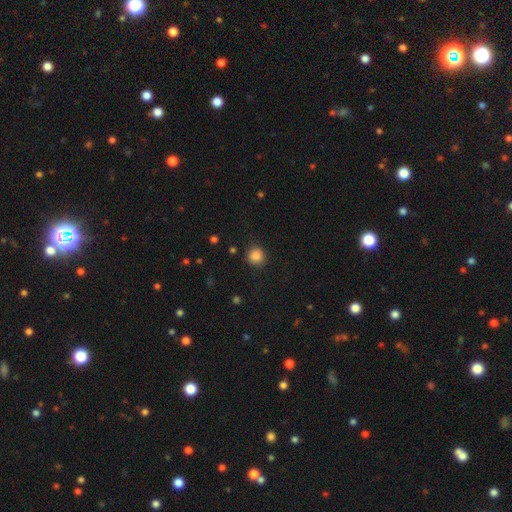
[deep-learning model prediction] A smooth galaxy with no disk features (86%) that is round (92%). Merging: none (89%).